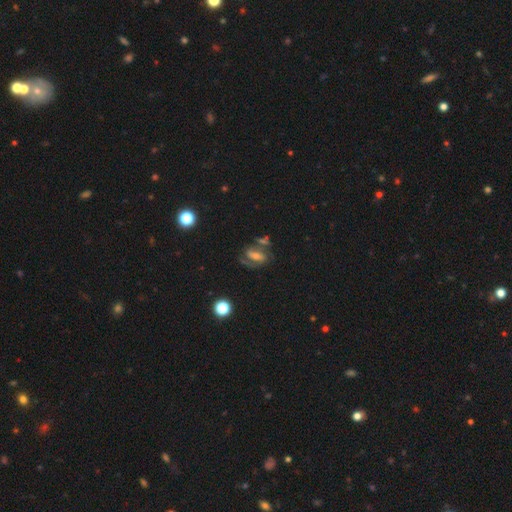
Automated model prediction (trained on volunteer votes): Overall: featured or disk (69%). Edge-on disk: no (94%). Bar: strong (38%; weak 35%). Spiral arms: yes (85%). Spiral arm count: 2 (76%). Spiral winding: medium (48%; tight 29%). Bulge size: moderate (48%; small 35%). Merging: none (53%; minor disturbance 18%).